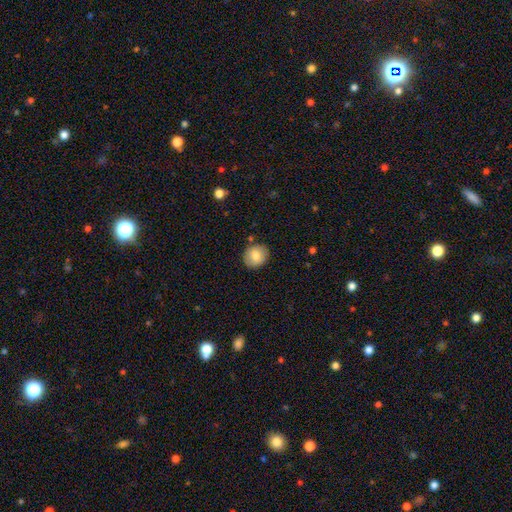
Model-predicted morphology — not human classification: smooth_or_featured: smooth (p=0.78) [alt: featured or disk p=0.14]
how_rounded: round (p=0.75) [alt: in between p=0.24]
merging: none (p=0.87) [alt: minor disturbance p=0.09]